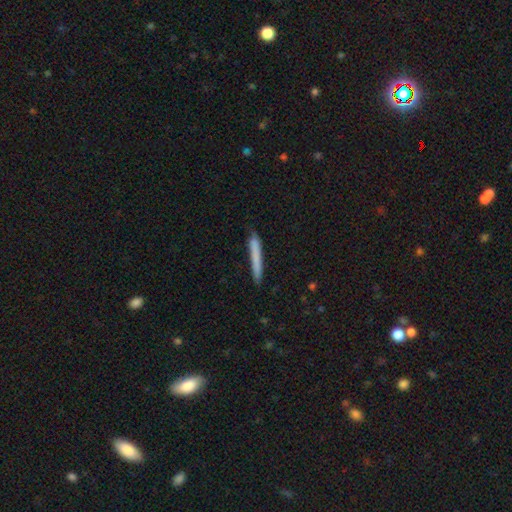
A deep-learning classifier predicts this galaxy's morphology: The model was most divided on "smooth or featured": smooth: 74%, featured or disk: 20%, star or artifact: 6%. More confident: how rounded — cigar-shaped (97%); merging — none (85%).